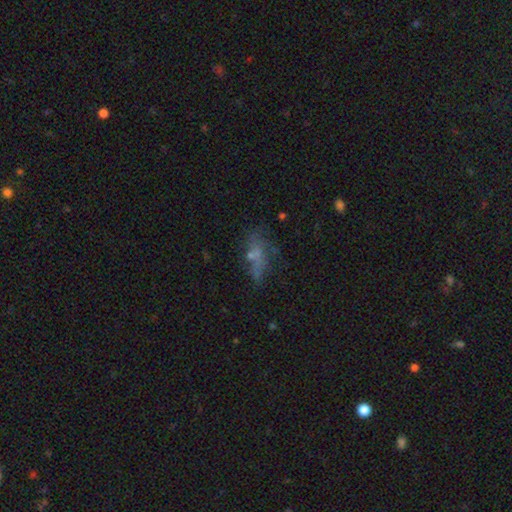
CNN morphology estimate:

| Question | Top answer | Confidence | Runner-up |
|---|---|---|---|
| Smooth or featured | smooth | 48% | featured or disk (33%) |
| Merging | none | 47% | minor disturbance (23%) |